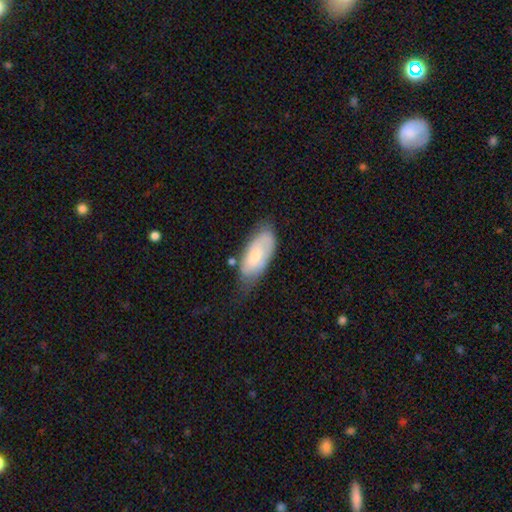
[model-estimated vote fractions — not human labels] Overall: smooth (60%; featured or disk 34%). How rounded: in between (89%). Merging: none (49%; minor disturbance 36%).